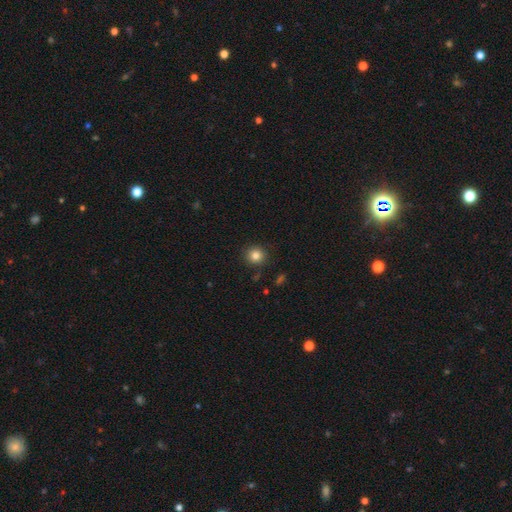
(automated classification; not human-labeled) Smooth or featured? Predicted: smooth (p=0.83). How rounded? Predicted: round (p=0.90). Merging? Predicted: none (p=0.89).